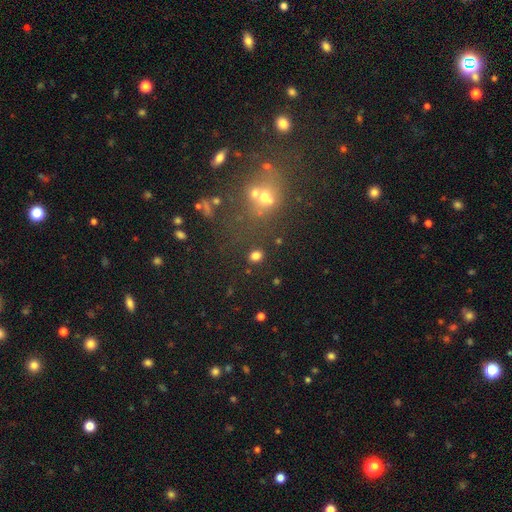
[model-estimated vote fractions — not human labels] smooth 76%, star or artifact 17%, featured or disk 7%. Down the decision tree: how rounded — round (63%); merging — none (82%).